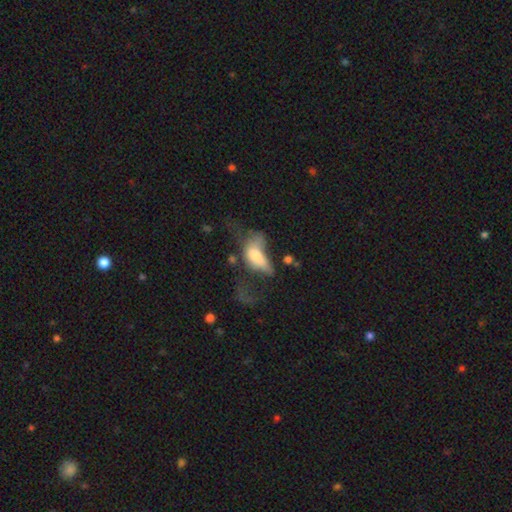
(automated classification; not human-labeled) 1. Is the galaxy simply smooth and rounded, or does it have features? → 59% smooth, 32% featured or disk, 9% star or artifact.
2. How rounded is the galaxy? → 86% in between, 7% cigar-shaped, 6% round.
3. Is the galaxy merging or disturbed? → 59% major disturbance, 15% merger, 13% minor disturbance, 12% none.